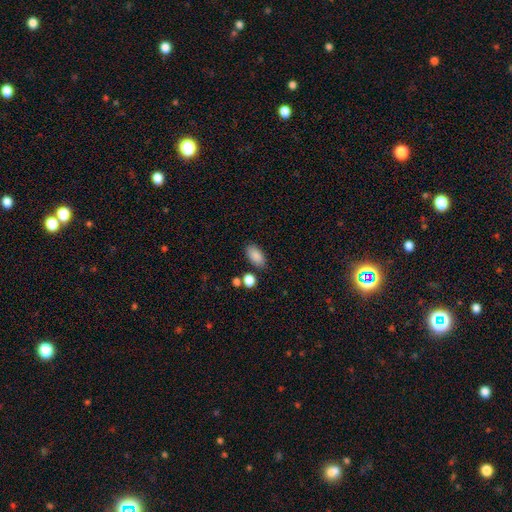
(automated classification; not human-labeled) smooth_or_featured: smooth (p=0.87) [alt: star or artifact p=0.08]
how_rounded: in between (p=0.92) [alt: round p=0.05]
merging: none (p=0.80) [alt: minor disturbance p=0.12]